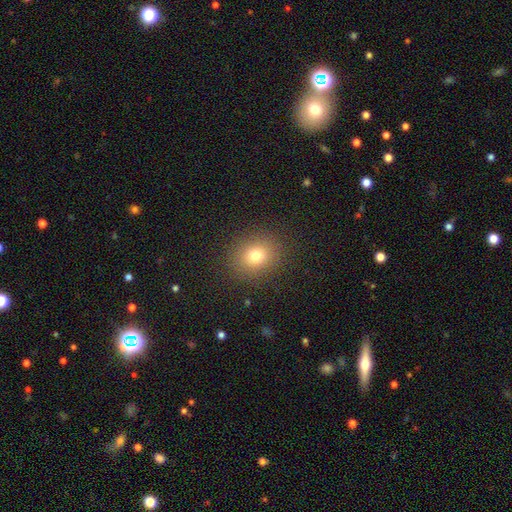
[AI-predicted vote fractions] Smooth or featured? Predicted: smooth (p=0.75). How rounded? Predicted: round (p=0.72). Merging? Predicted: none (p=0.88).